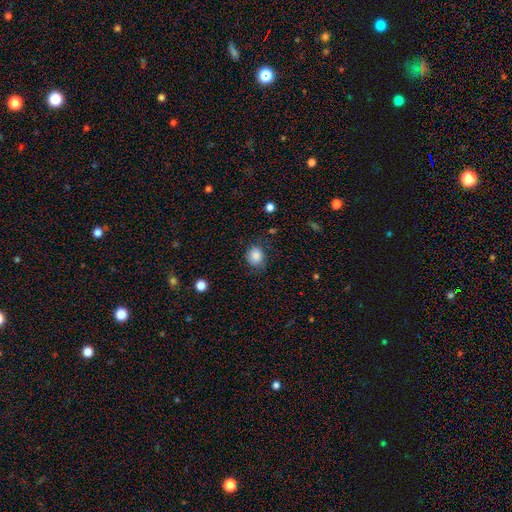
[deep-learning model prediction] smooth-or-featured: smooth: 86% | star or artifact: 9% | featured or disk: 5%
  how-rounded: round: 75% | in between: 24% | cigar-shaped: 1%
  merging: none: 73% | minor disturbance: 20% | major disturbance: 6% | merger: 1%